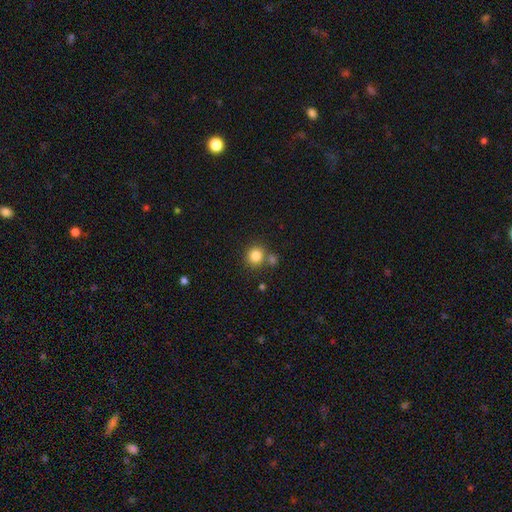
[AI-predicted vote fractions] This is clearly a smooth galaxy (83%). How rounded: clearly round (88%). Merging: likely none (70%).